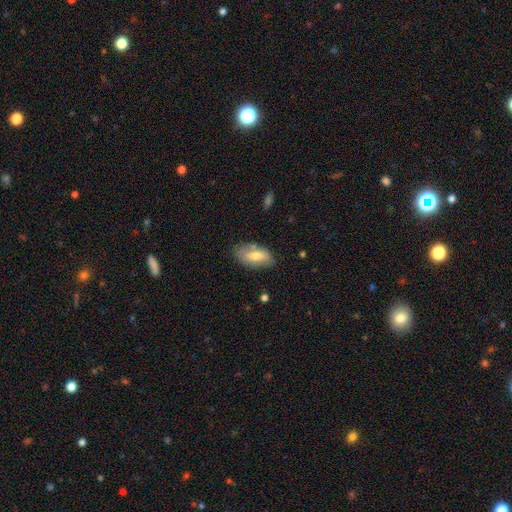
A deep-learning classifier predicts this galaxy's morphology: Smooth or featured? smooth (64%)
How rounded? in between (90%)
Merging? none (72%)